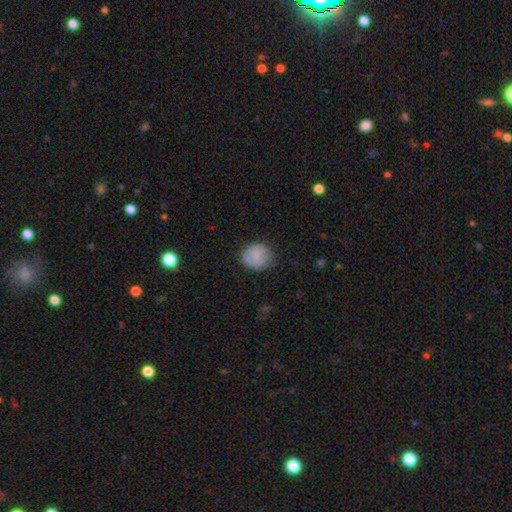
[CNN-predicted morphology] A smooth galaxy with no disk features (83%) that is round (75%). Merging: none (77%).